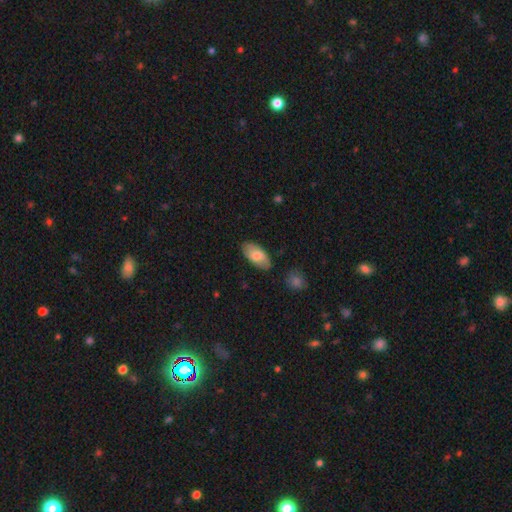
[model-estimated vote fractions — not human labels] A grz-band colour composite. It shows a smooth galaxy with no disk features (74%) that is in between round and cigar-shaped (93%). Merging: none (82%).